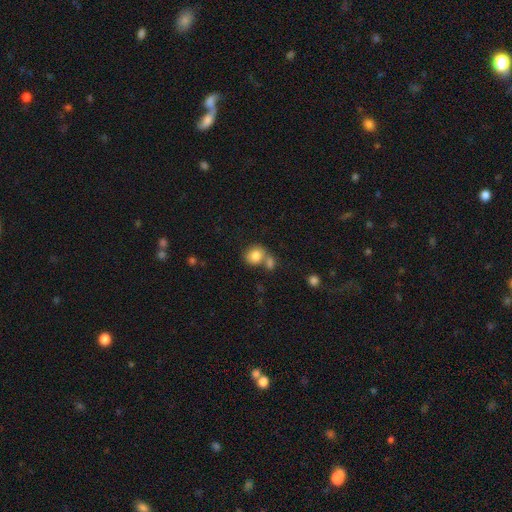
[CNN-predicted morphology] Q: Smooth or featured?
A: smooth (82%); runner-up: featured or disk (9%)
Q: How rounded?
A: round (71%); runner-up: in between (28%)
Q: Merging?
A: none (46%); runner-up: merger (39%)